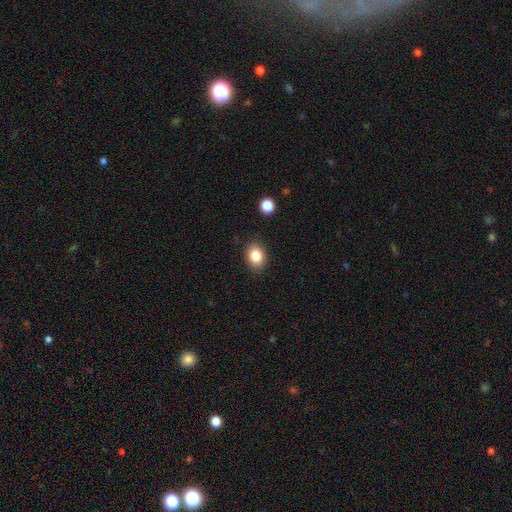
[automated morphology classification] Smooth or featured: smooth — 85% (star or artifact — 10%)
How rounded: in between — 60% (round — 39%)
Merging: none — 87% (minor disturbance — 9%)